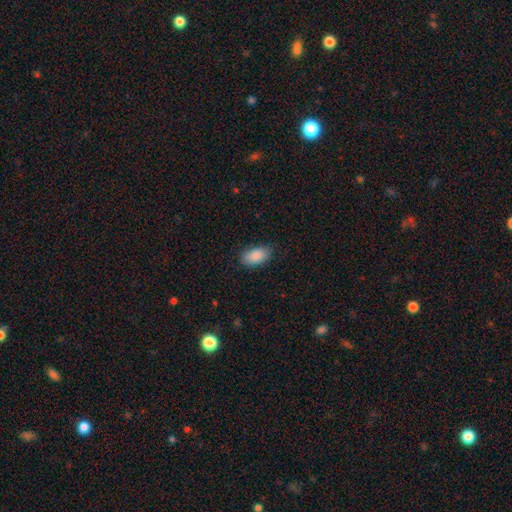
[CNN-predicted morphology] Smooth or featured? smooth (89%)
How rounded? in between (93%)
Merging? none (82%)